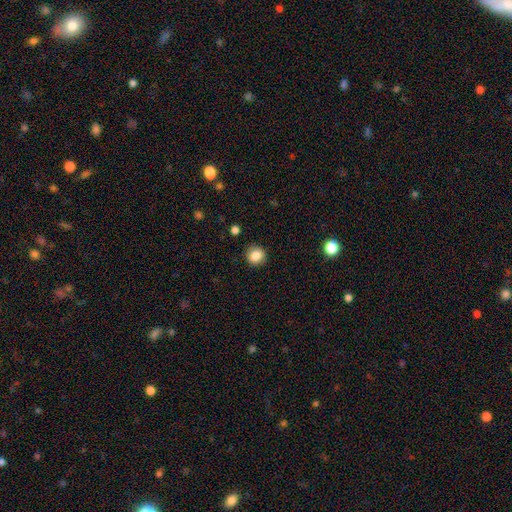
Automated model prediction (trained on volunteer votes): Smooth or featured? smooth (85%)
How rounded? round (90%)
Merging? none (90%)